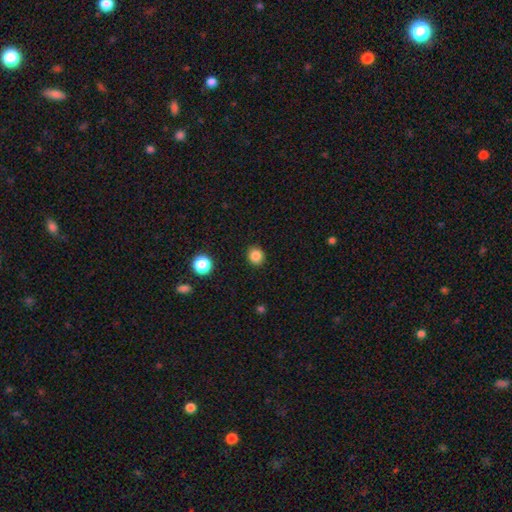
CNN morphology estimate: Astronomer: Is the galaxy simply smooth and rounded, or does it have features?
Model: smooth — 85%.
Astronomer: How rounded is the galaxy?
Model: round — 82%.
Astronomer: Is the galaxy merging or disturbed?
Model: none — 91%.